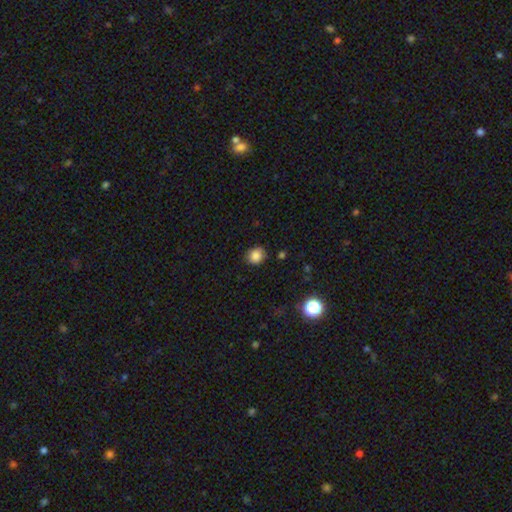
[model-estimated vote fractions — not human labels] Overall: smooth (83%). How rounded: round (72%). Merging: none (81%).